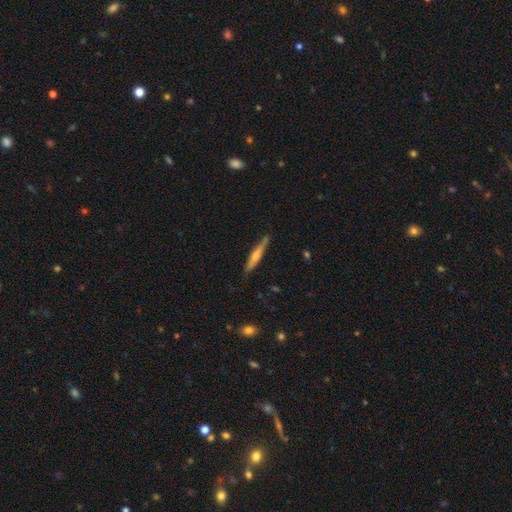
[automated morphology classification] smooth-or-featured: smooth: 48% | featured or disk: 46% | star or artifact: 6%
  merging: none: 81% | minor disturbance: 14% | major disturbance: 2% | merger: 2%